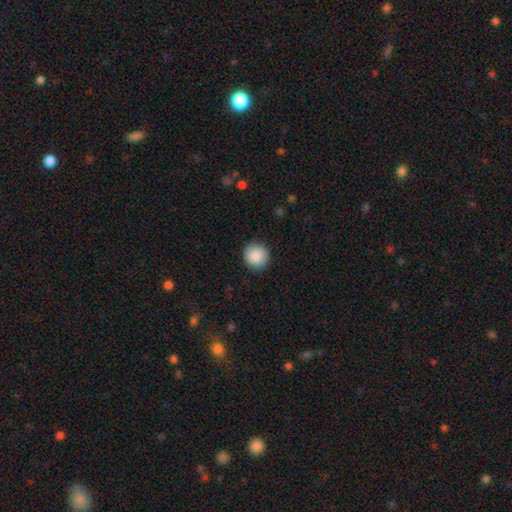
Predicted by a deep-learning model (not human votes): smooth-or-featured: smooth: 90% | star or artifact: 7% | featured or disk: 3%
  how-rounded: round: 92% | in between: 7% | cigar-shaped: 1%
  merging: none: 90% | minor disturbance: 7% | major disturbance: 2% | merger: 1%